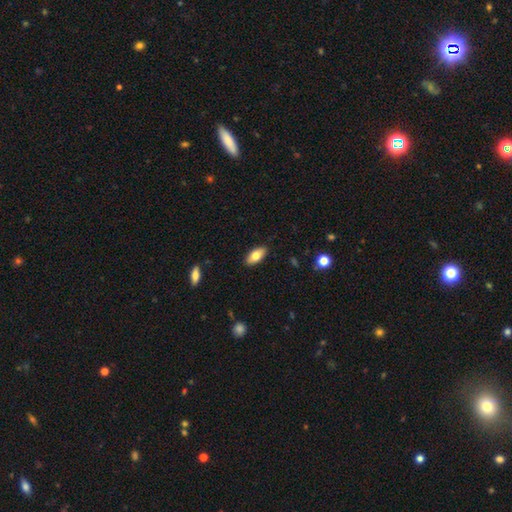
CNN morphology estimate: A smooth galaxy with no disk features (75%) that is in between round and cigar-shaped (89%). Merging: none (88%).